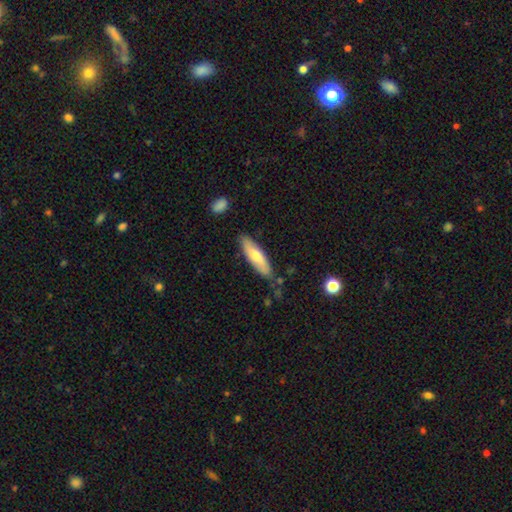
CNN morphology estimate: Smooth or featured? Predicted: smooth (p=0.65). How rounded? Predicted: cigar-shaped (p=0.59). Merging? Predicted: none (p=0.81).